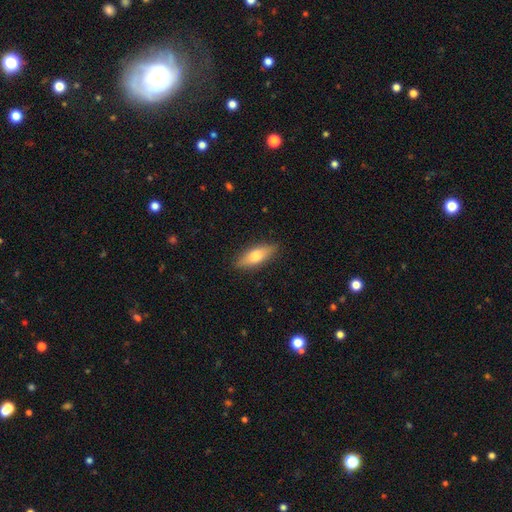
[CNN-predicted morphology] This appears to be a smooth galaxy with no disk features (69%) that is in between round and cigar-shaped (64%). Merging: none (88%).